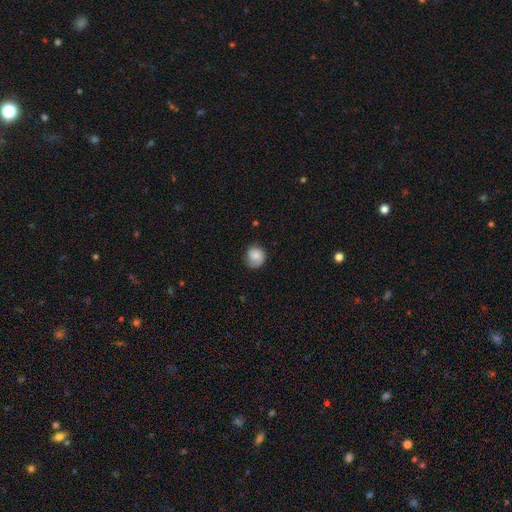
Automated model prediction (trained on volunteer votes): The model was most divided on "merging": none: 74%, minor disturbance: 20%, major disturbance: 5%, merger: 1%. More confident: how rounded — round (84%); smooth or featured — smooth (79%).